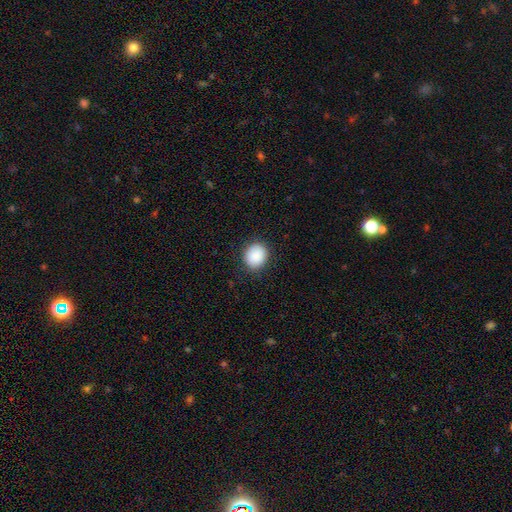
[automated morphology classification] smooth 90%, star or artifact 7%, featured or disk 3%. Down the decision tree: how rounded — round (70%); merging — none (87%).